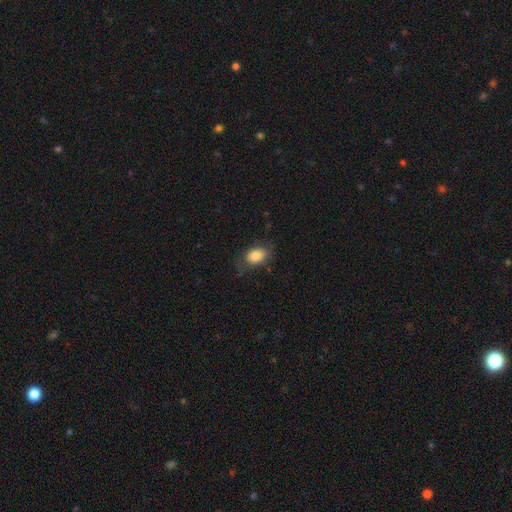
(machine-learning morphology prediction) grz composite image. It shows a smooth galaxy with no disk features (82%) that is in between round and cigar-shaped (78%). Merging: none (68%).